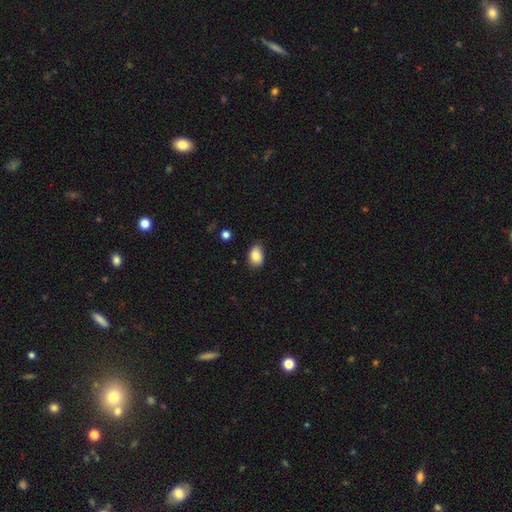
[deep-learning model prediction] smooth-or-featured: smooth: 87% | star or artifact: 8% | featured or disk: 5%
  how-rounded: in between: 80% | round: 19% | cigar-shaped: 1%
  merging: none: 72% | minor disturbance: 23% | major disturbance: 3% | merger: 1%